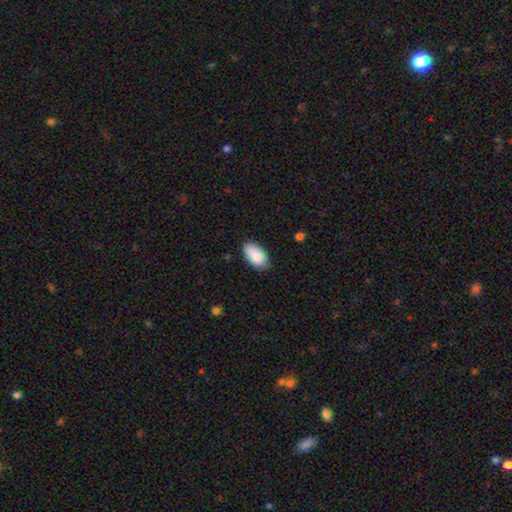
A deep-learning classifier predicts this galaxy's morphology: type=smooth (88%); roundness=in between (94%); merging=none (77%).